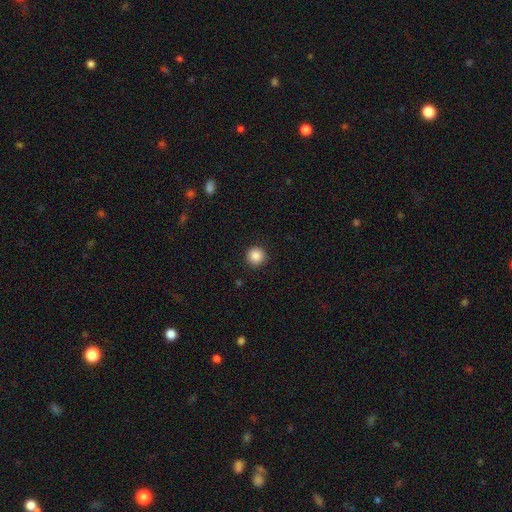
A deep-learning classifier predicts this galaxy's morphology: smooth-or-featured: smooth: 87% | star or artifact: 9% | featured or disk: 4%
  how-rounded: round: 96% | in between: 3% | cigar-shaped: 1%
  merging: none: 92% | minor disturbance: 5% | major disturbance: 2% | merger: 1%